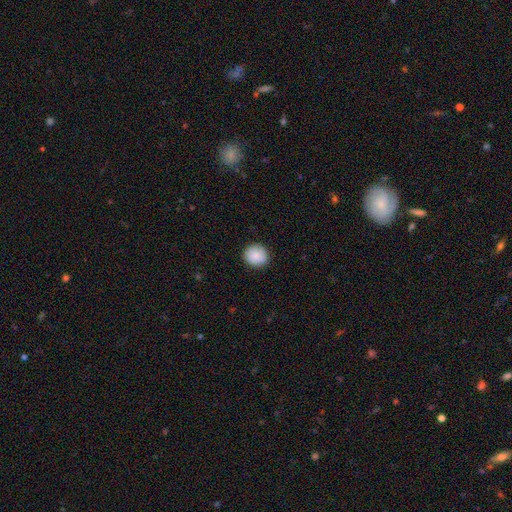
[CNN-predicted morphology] Q: Smooth or featured?
A: smooth (89%); runner-up: star or artifact (7%)
Q: How rounded?
A: round (86%); runner-up: in between (14%)
Q: Merging?
A: none (90%); runner-up: minor disturbance (8%)